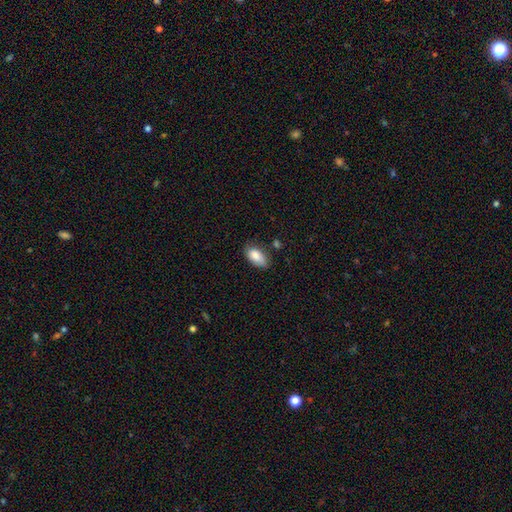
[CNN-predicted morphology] smooth 85%, featured or disk 8%, star or artifact 7%. Down the decision tree: how rounded — in between (92%); merging — none (70%).